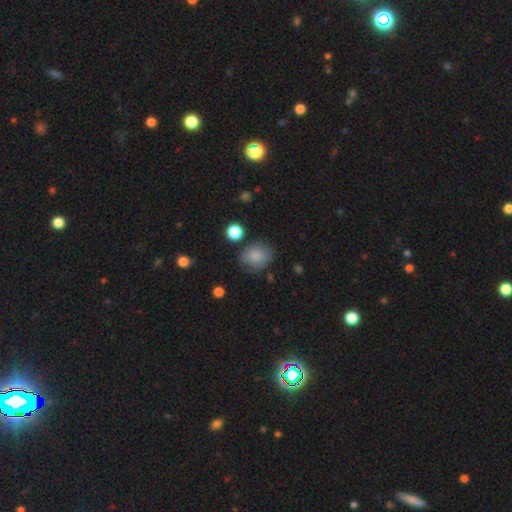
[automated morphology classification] type=smooth (83%); roundness=in between (50%); merging=none (69%).